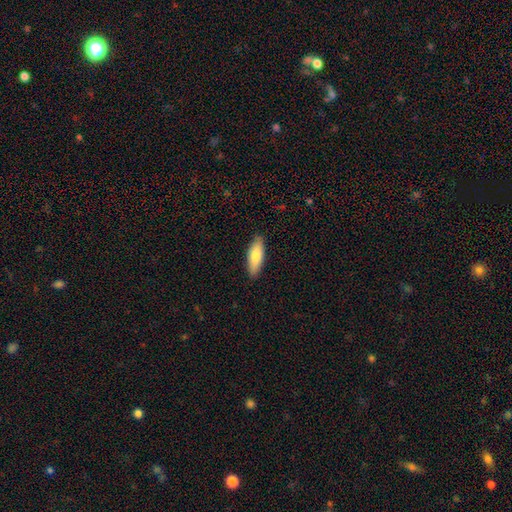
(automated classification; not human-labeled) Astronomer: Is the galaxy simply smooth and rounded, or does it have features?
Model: smooth — 81%.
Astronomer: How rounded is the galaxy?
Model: in between — 62%.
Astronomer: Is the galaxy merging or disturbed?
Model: none — 87%.